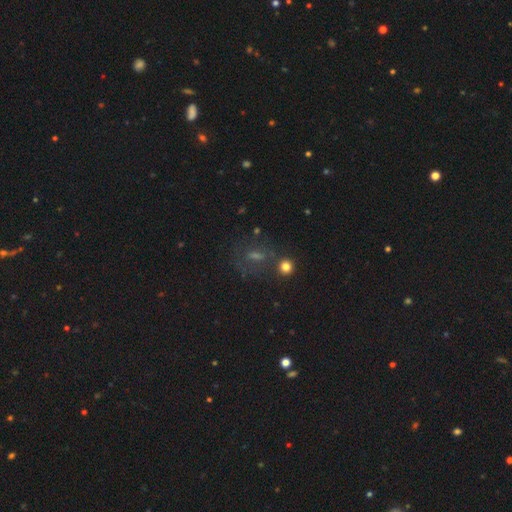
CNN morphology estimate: Smooth or featured? Predicted: smooth (p=0.39). Merging? Predicted: none (p=0.58).